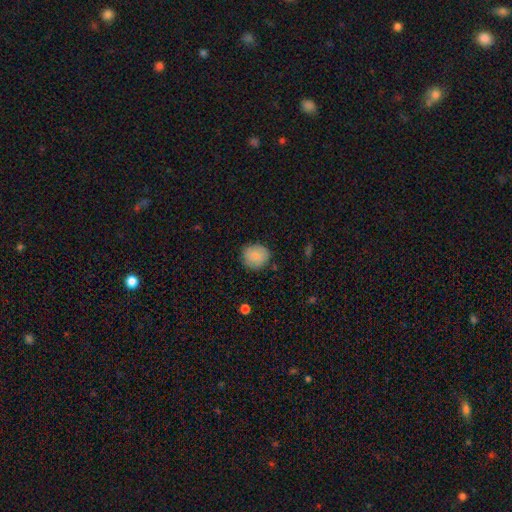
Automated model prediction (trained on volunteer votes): Overall: smooth (84%). How rounded: round (81%). Merging: none (82%).